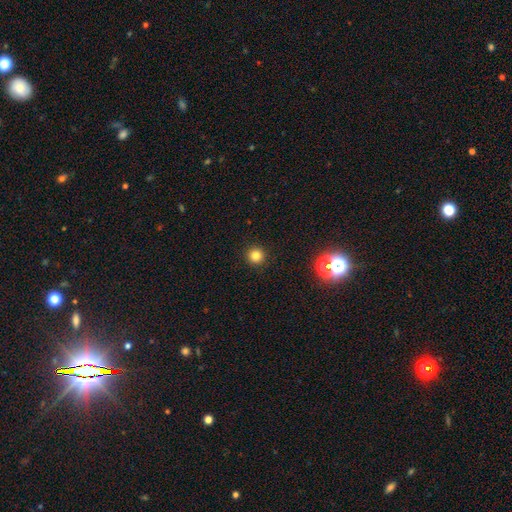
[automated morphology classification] This appears to be a smooth galaxy with no disk features (80%) that is round (95%). Merging: none (93%).